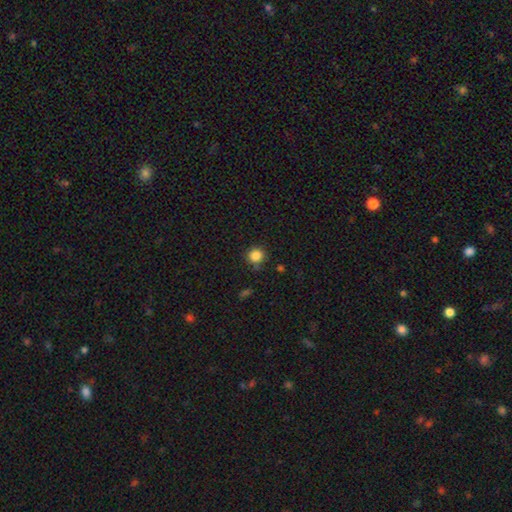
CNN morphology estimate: This is clearly a smooth galaxy (85%). How rounded: clearly round (92%). Merging: clearly none (84%).